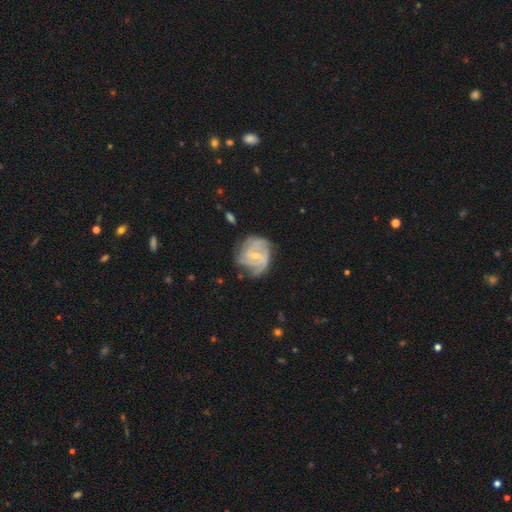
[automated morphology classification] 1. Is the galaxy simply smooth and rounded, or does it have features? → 84% featured or disk, 11% smooth, 5% star or artifact.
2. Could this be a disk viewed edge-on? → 98% no, 2% yes.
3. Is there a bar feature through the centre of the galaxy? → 52% weak, 36% no, 12% strong.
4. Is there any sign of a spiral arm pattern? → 95% yes, 5% no.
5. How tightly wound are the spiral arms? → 59% tight, 33% medium, 8% loose.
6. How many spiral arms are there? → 30% 3, 27% 2, 26% can't tell, 8% 4, 5% 1, 4% more than 4.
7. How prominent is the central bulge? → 58% small, 38% moderate, 3% none, 1% large, 1% dominant.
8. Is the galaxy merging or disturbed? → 62% none, 25% minor disturbance, 11% major disturbance, 2% merger.